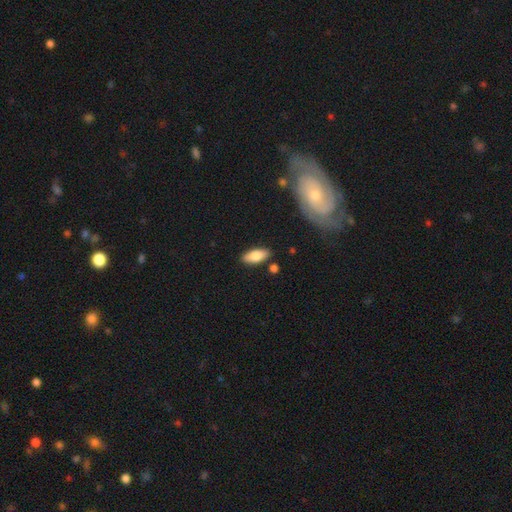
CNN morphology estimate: The model was most divided on "smooth or featured": smooth: 76%, featured or disk: 18%, star or artifact: 6%. More confident: merging — none (84%); how rounded — in between (81%).